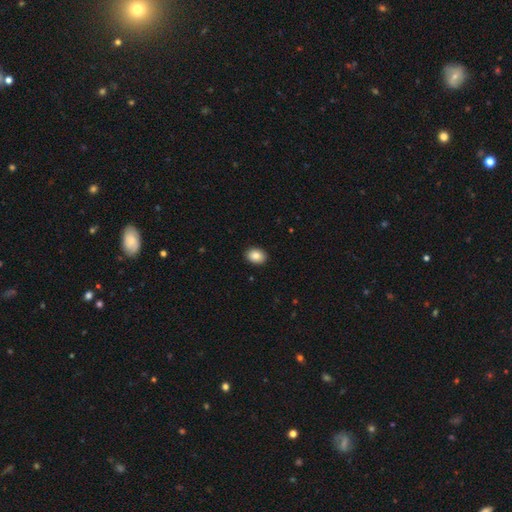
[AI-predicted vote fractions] Smooth or featured? Predicted: smooth (p=0.84). How rounded? Predicted: in between (p=0.68). Merging? Predicted: none (p=0.91).